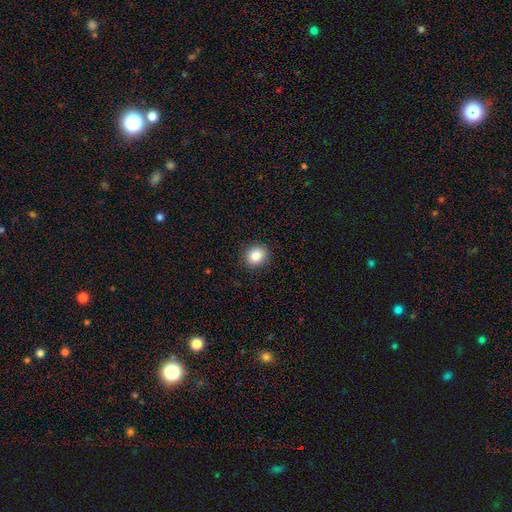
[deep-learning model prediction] Smooth or featured? Predicted: smooth (p=0.86). How rounded? Predicted: round (p=0.74). Merging? Predicted: none (p=0.90).